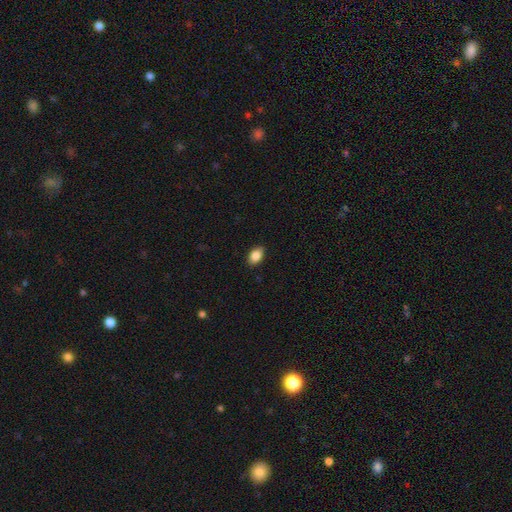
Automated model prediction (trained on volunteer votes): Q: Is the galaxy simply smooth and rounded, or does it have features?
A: smooth — 86%.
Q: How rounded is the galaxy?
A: in between — 88%.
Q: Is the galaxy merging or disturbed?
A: none — 87%.